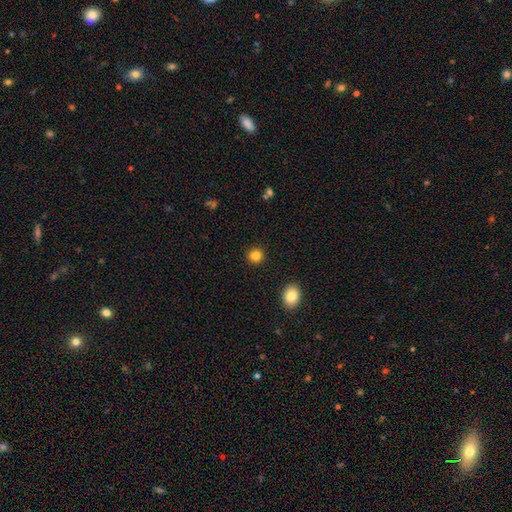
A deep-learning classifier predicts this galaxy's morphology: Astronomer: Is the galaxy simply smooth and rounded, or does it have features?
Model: smooth — 84%.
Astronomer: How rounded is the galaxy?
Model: round — 92%.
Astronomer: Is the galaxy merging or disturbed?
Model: none — 92%.